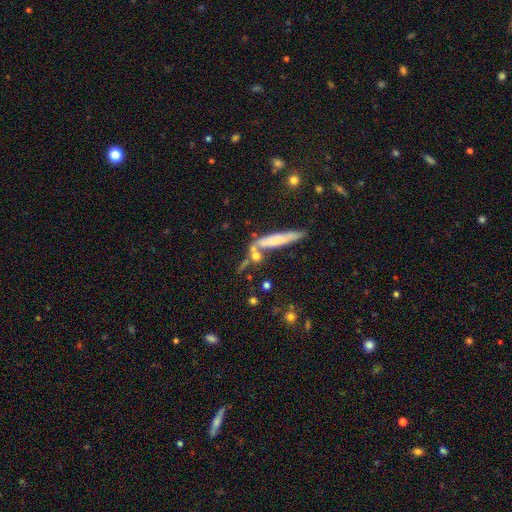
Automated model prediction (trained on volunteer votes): smooth-or-featured: smooth: 58% | featured or disk: 30% | star or artifact: 11%
  how-rounded: cigar-shaped: 67% | in between: 17% | round: 16%
  merging: none: 53% | merger: 26% | minor disturbance: 14% | major disturbance: 6%